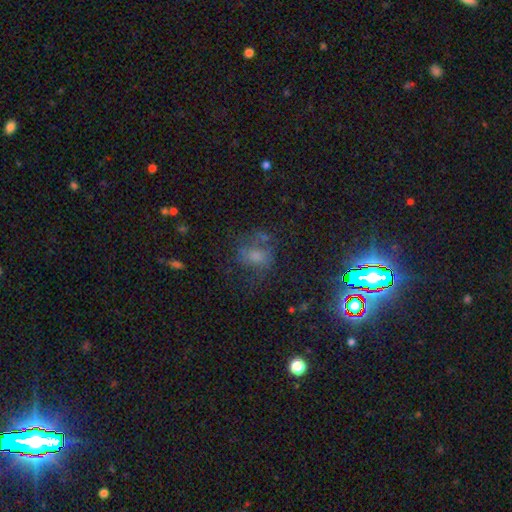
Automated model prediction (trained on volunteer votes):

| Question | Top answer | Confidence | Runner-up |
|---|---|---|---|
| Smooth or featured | smooth | 50% | star or artifact (27%) |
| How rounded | round | 54% | in between (45%) |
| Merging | none | 49% | major disturbance (23%) |